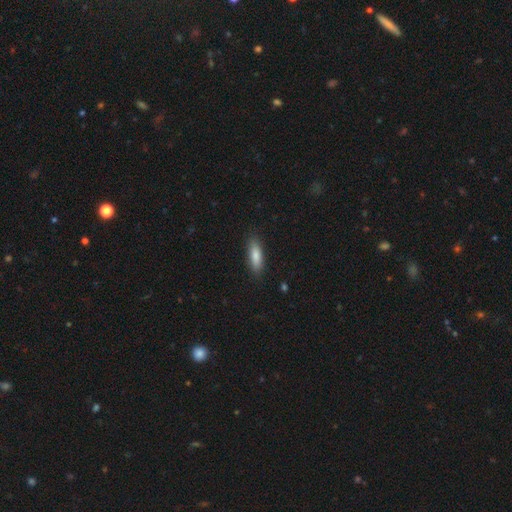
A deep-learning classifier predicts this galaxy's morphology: Smooth or featured?
  - smooth: 82% *
  - featured or disk: 12%
  - star or artifact: 6%
How rounded?
  - in between: 52% *
  - cigar-shaped: 47%
  - round: 2%
Merging?
  - none: 86% *
  - minor disturbance: 10%
  - major disturbance: 2%
  - merger: 1%